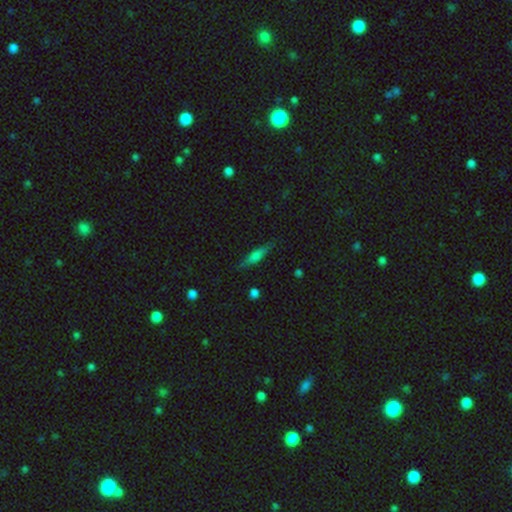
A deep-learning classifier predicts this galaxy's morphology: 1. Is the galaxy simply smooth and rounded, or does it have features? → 46% featured or disk (tied), 46% smooth (tied), 8% star or artifact.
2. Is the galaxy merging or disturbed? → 84% none, 12% minor disturbance, 3% major disturbance, 1% merger.